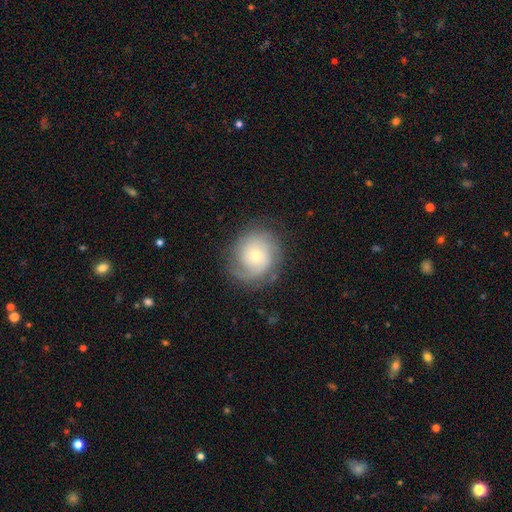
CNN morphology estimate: Smooth or featured? featured or disk (62%)
Edge-on disk? no (97%)
Bar? no (79%)
Spiral arms? yes (87%)
Spiral winding? tight (53%)
Spiral arm count? 2 (34%)
Bulge size? small (56%)
Merging? none (75%)